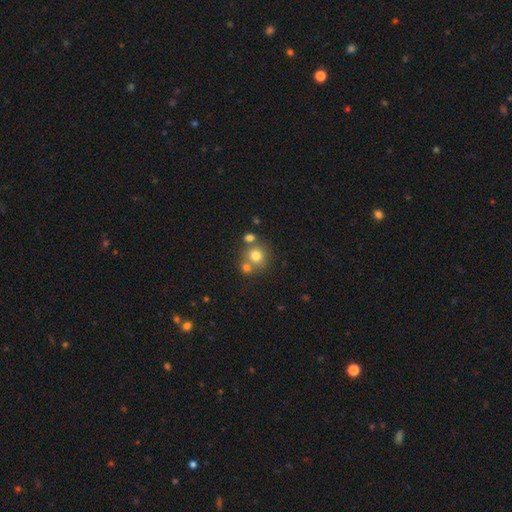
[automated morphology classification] smooth-or-featured: smooth: 75% | star or artifact: 13% | featured or disk: 12%
  how-rounded: round: 87% | in between: 12% | cigar-shaped: 1%
  merging: none: 58% | merger: 29% | minor disturbance: 9% | major disturbance: 4%